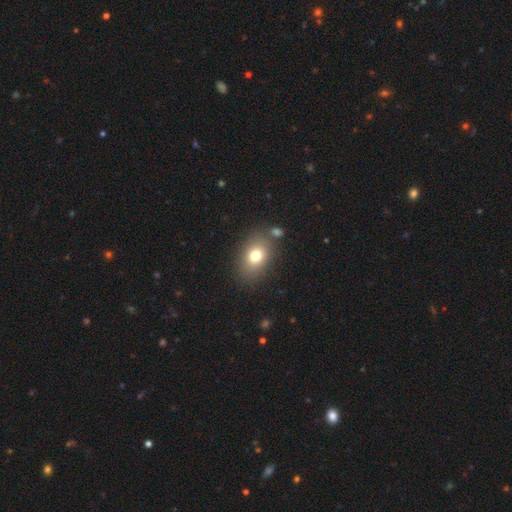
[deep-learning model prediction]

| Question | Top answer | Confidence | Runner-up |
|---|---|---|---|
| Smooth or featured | smooth | 76% | featured or disk (13%) |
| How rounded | in between | 72% | round (27%) |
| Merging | none | 77% | minor disturbance (11%) |